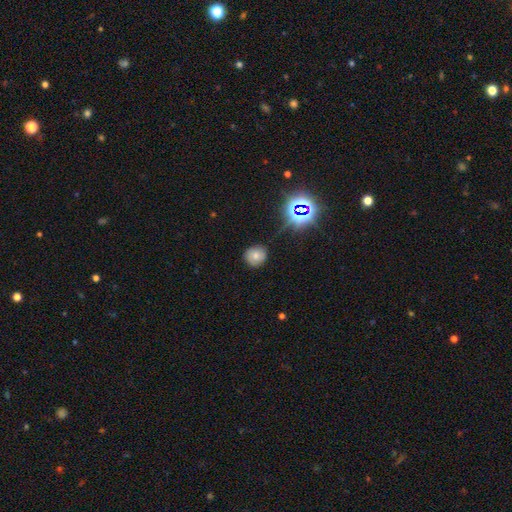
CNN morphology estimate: A smooth galaxy with no disk features (67%) that is round (84%). Merging: none (81%).